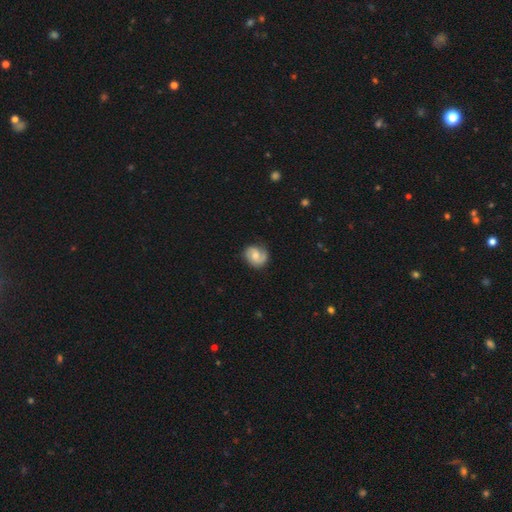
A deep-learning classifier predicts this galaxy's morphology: A featured or disk galaxy (59%) with no bar (55%), 2 (68%) medium (42%) spiral arms (92%) and a moderate central bulge (53%). Merging: none (73%).